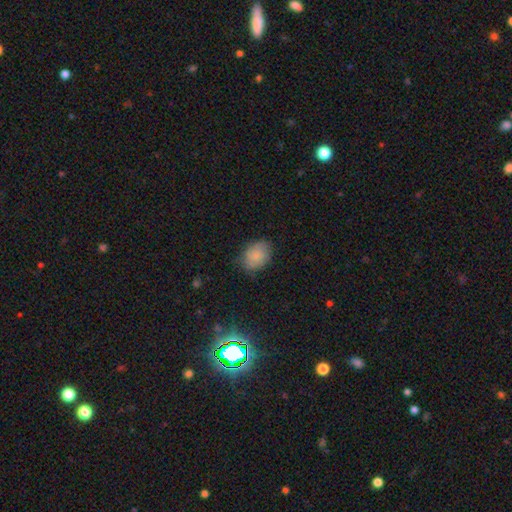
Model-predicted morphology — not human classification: This is clearly a smooth galaxy (81%). How rounded: likely in between (67%). Merging: likely none (77%).